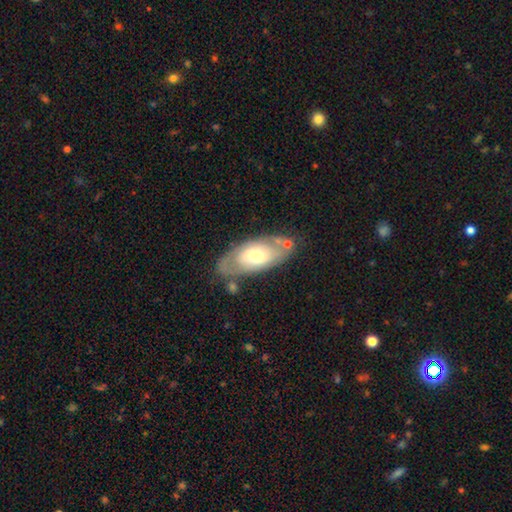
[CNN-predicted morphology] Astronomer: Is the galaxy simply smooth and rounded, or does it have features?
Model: featured or disk — 54% (runner-up: smooth, 40%).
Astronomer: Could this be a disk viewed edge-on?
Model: no — 87%.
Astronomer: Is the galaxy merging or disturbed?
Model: none — 63%.